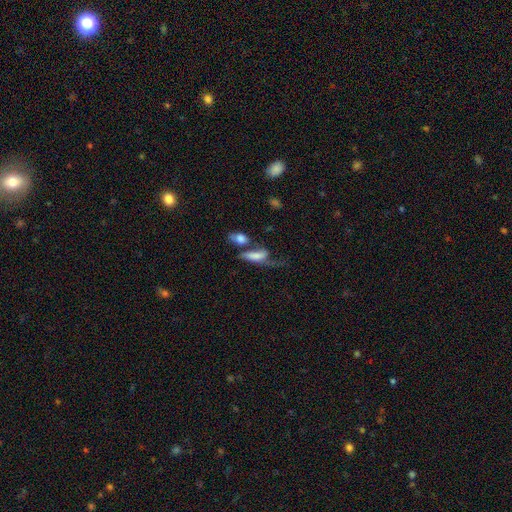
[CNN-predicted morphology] Smooth or featured?
  - smooth: 59% *
  - featured or disk: 31%
  - star or artifact: 10%
How rounded?
  - in between: 60% *
  - cigar-shaped: 35%
  - round: 5%
Merging?
  - merger: 31% *
  - none: 26%
  - major disturbance: 26%
  - minor disturbance: 17%